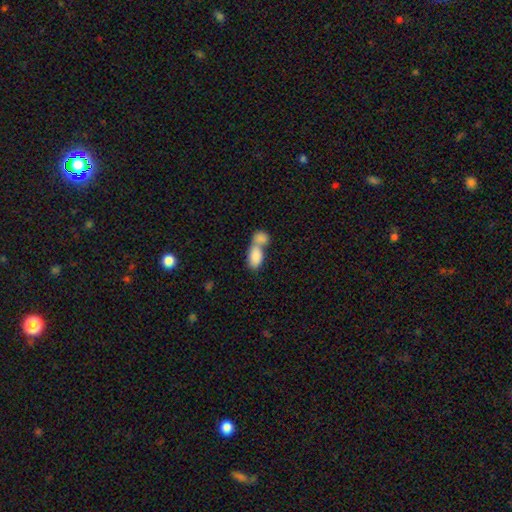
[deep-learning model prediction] smooth 85%, featured or disk 9%, star or artifact 6%. Down the decision tree: how rounded — in between (92%); merging — merger (70%).